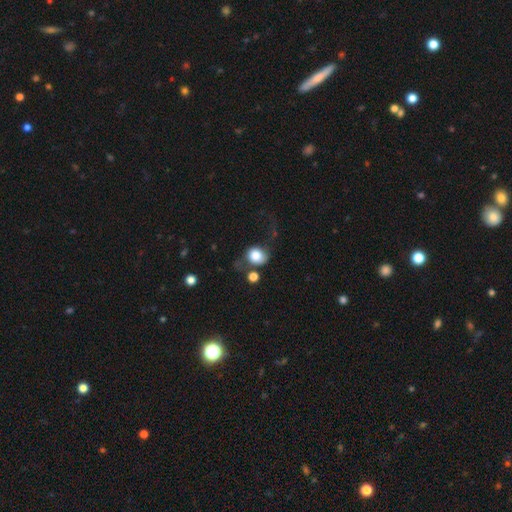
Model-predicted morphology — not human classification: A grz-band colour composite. It shows a smooth galaxy with no disk features (77%) that is round (71%). Merging: none (39%).